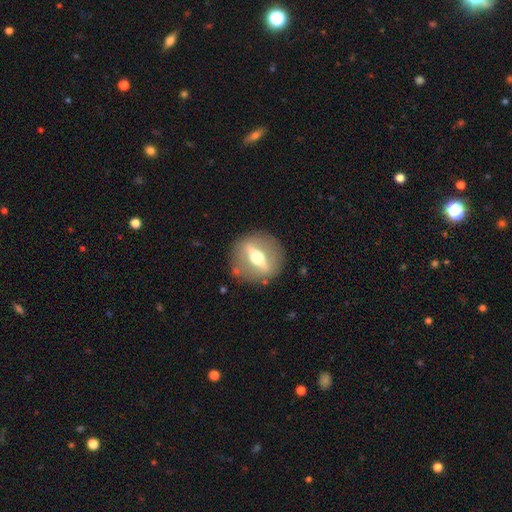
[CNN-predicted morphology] This appears to be a featured or disk galaxy (74%) viewed edge-on (58%). Merging: none (86%).